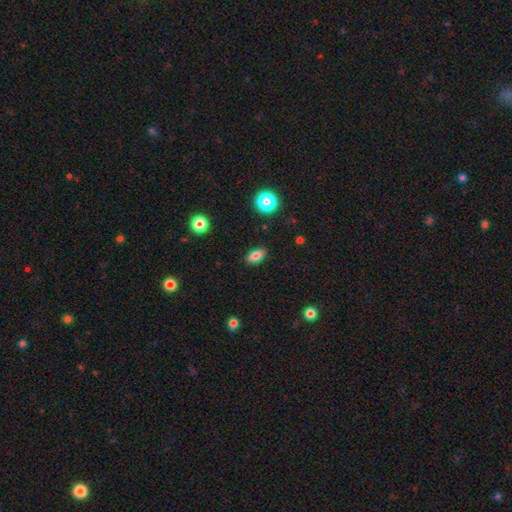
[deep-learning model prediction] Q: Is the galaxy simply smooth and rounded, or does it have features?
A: smooth — 81%.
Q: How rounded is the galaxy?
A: in between — 87%.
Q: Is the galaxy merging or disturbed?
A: none — 88%.